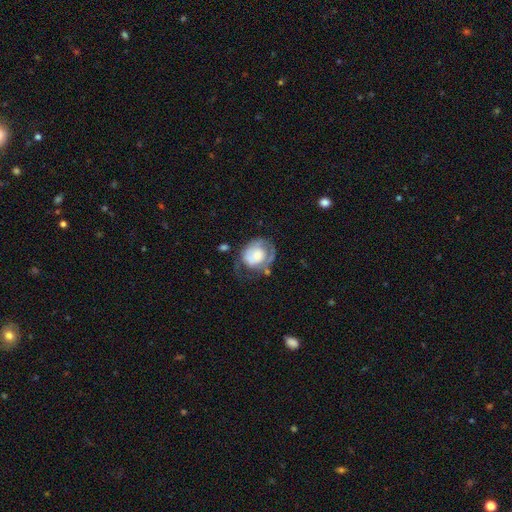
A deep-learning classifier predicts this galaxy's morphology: Q: Smooth or featured?
A: featured or disk (47%); runner-up: smooth (45%)
Q: Merging?
A: none (35%); runner-up: major disturbance (31%)